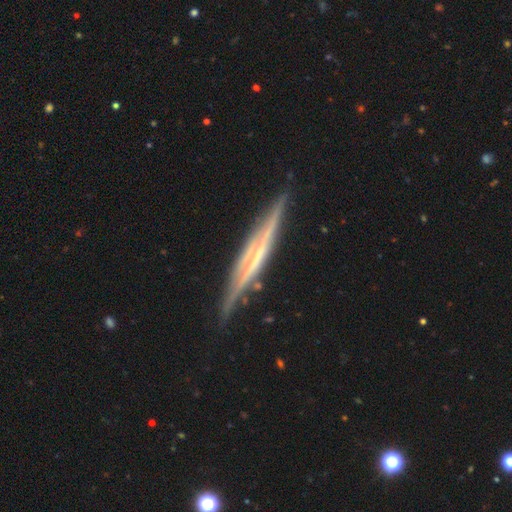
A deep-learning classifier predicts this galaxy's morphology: Smooth or featured? Predicted: featured or disk (p=0.81). Edge-on disk? Predicted: yes (p=0.96). Edge-on bulge? Predicted: none (p=0.59). Merging? Predicted: none (p=0.82).